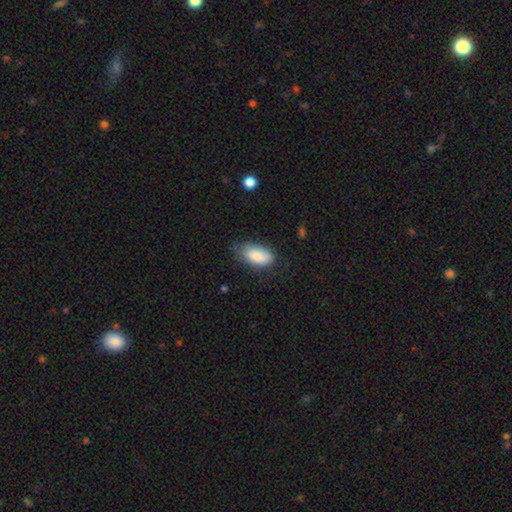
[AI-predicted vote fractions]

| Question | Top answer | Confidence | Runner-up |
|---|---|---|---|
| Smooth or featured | smooth | 84% | featured or disk (10%) |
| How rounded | in between | 93% | round (3%) |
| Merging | none | 67% | minor disturbance (25%) |